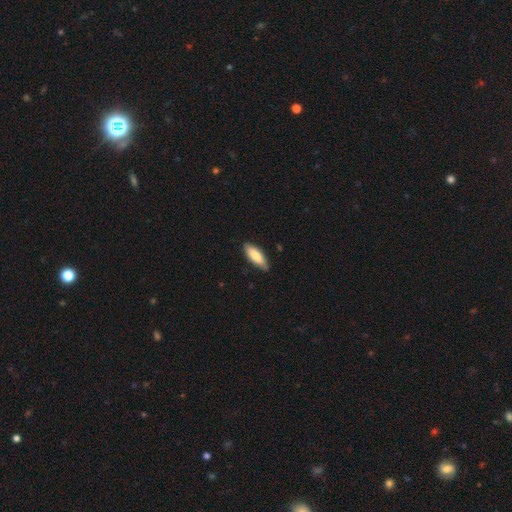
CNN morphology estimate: Q: Smooth or featured?
A: smooth (81%); runner-up: featured or disk (14%)
Q: How rounded?
A: in between (69%); runner-up: cigar-shaped (30%)
Q: Merging?
A: none (78%); runner-up: minor disturbance (19%)